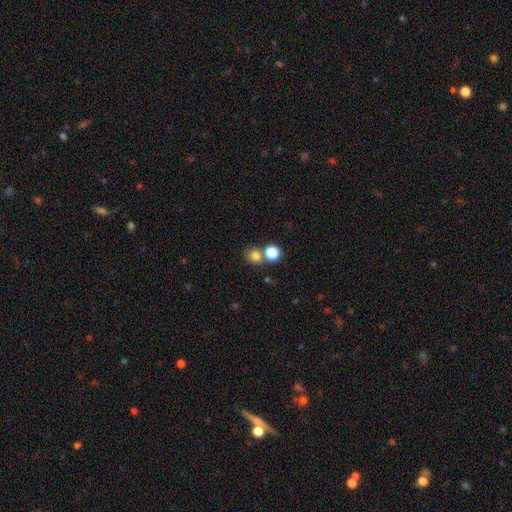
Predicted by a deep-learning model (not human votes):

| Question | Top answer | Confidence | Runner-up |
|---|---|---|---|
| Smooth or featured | smooth | 78% | star or artifact (15%) |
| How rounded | round | 76% | in between (23%) |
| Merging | none | 57% | merger (31%) |